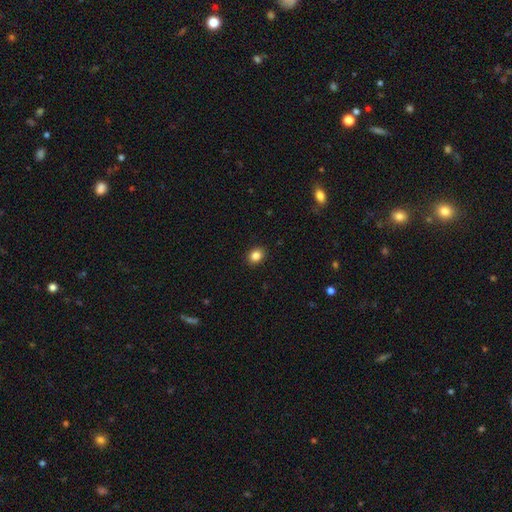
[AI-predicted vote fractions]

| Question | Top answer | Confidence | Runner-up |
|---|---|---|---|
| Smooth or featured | smooth | 85% | star or artifact (10%) |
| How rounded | round | 52% | in between (47%) |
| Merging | none | 90% | minor disturbance (7%) |